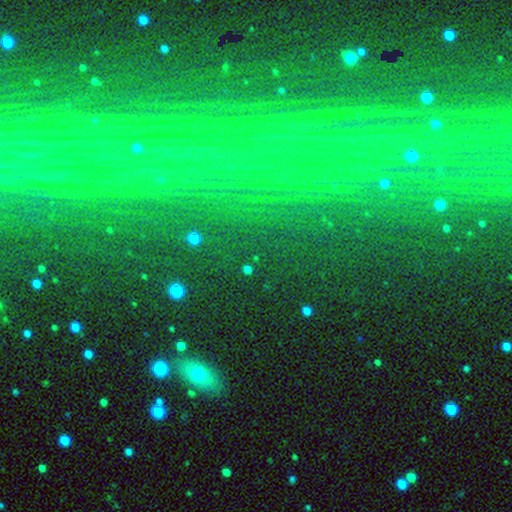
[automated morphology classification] smooth_or_featured: star or artifact (p=0.78) [alt: smooth p=0.13]